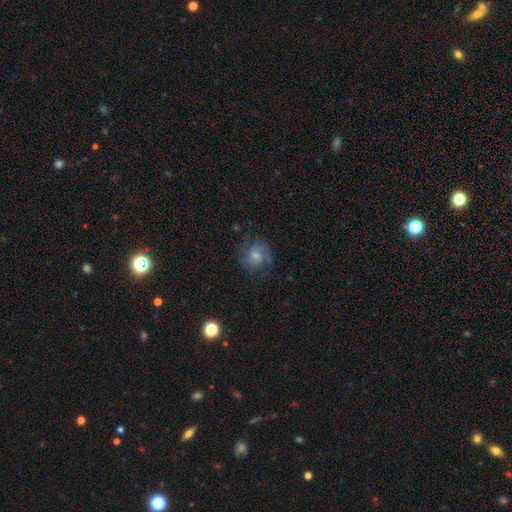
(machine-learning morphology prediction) Overall: featured or disk (54%; smooth 36%). Edge-on disk: no (97%). Bar: no (68%; weak 28%). Spiral arms: yes (84%). Bulge size: moderate (46%; small 41%). Merging: none (62%).